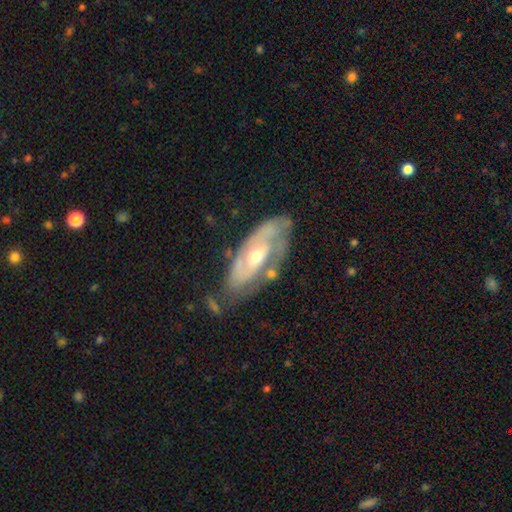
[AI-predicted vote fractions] Morphology: type=featured or disk (81%); edge-on=no (88%); bar=no (56%); spiral arms=yes (82%); winding=tight (59%); arm count=2 (48%); bulge=moderate (60%); merging=none (60%).